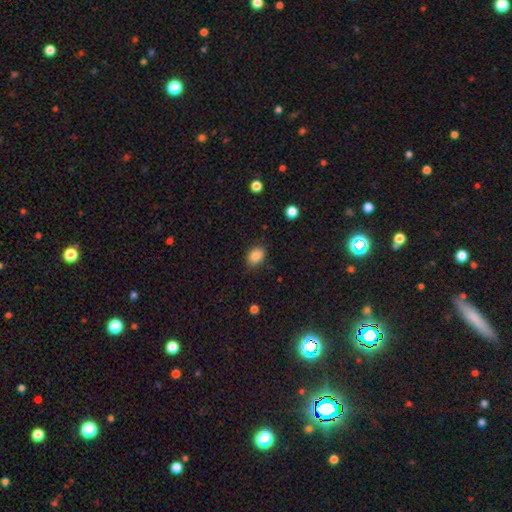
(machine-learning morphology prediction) Q: Smooth or featured?
A: smooth (86%); runner-up: star or artifact (9%)
Q: How rounded?
A: in between (74%); runner-up: round (25%)
Q: Merging?
A: none (83%); runner-up: minor disturbance (13%)